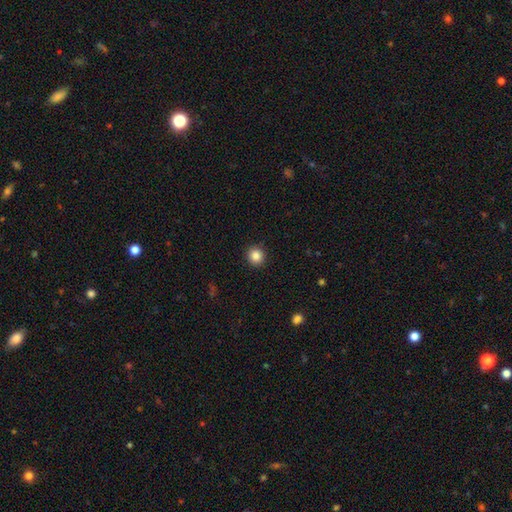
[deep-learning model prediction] Overall: smooth (86%). How rounded: round (92%). Merging: none (91%).